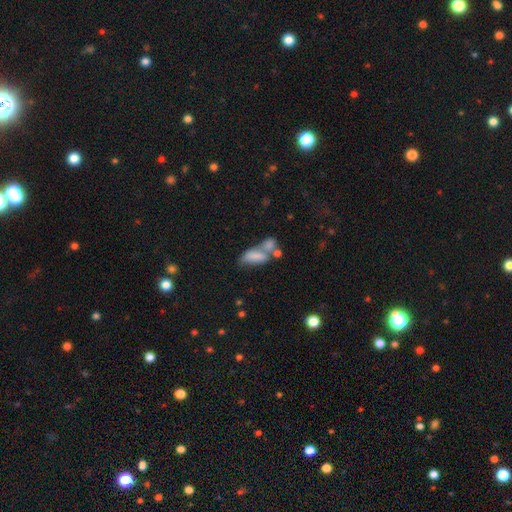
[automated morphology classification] type=smooth (70%); roundness=in between (80%); merging=merger (54%).